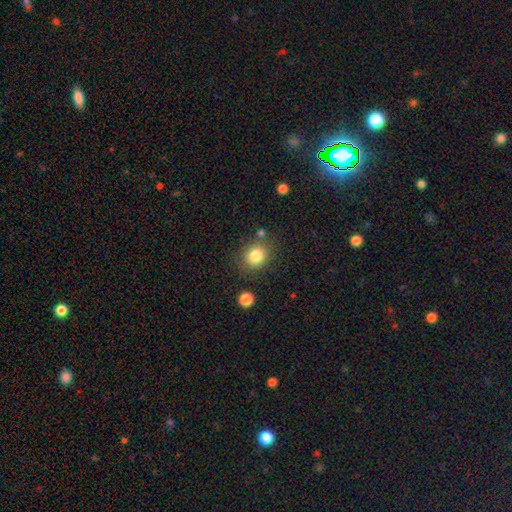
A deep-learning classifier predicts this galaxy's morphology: Smooth or featured? smooth (83%)
How rounded? round (74%)
Merging? none (78%)